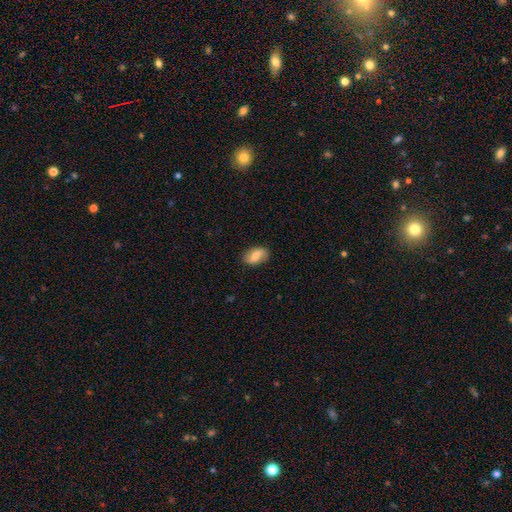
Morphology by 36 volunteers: Smooth or featured?
  - smooth: 61% *
  - featured or disk: 39%
  - star or artifact: 0%
How rounded?
  - in between: 91% *
  - round: 9%
  - cigar-shaped: 0%
Merging?
  - none: 89% *
  - minor disturbance: 11%
  - major disturbance: 0%
  - merger: 0%